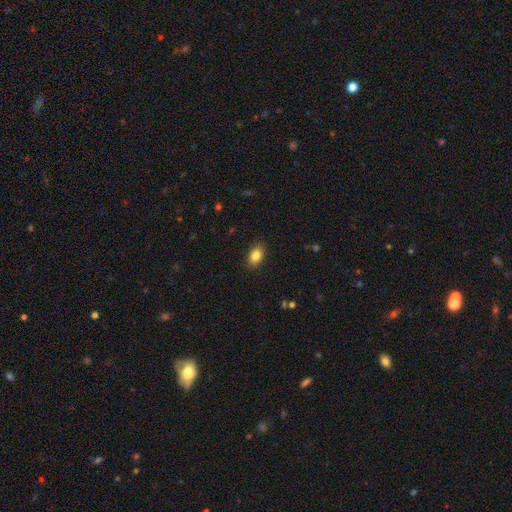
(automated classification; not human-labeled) Morphology: type=smooth (85%); roundness=in between (85%); merging=none (88%).